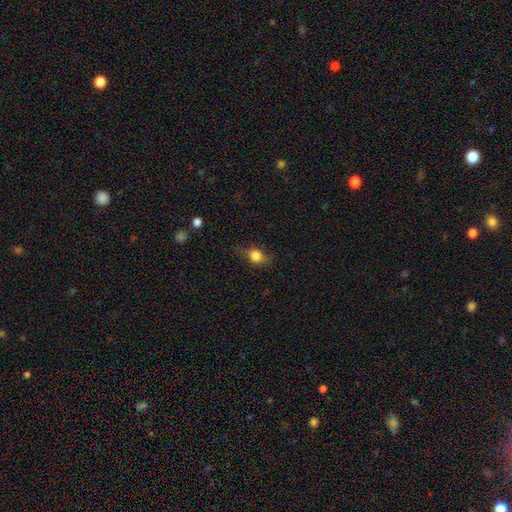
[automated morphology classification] This is likely a smooth galaxy (76%). How rounded: possibly round (54%). Merging: likely none (66%).